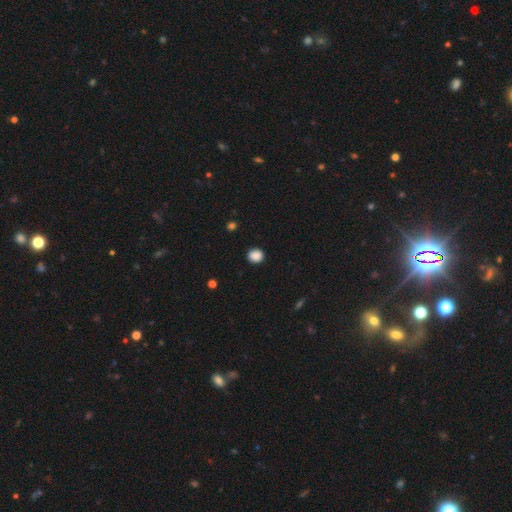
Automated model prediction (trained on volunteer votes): Smooth or featured: smooth — 88% (star or artifact — 9%)
How rounded: round — 80% (in between — 19%)
Merging: none — 89% (minor disturbance — 8%)